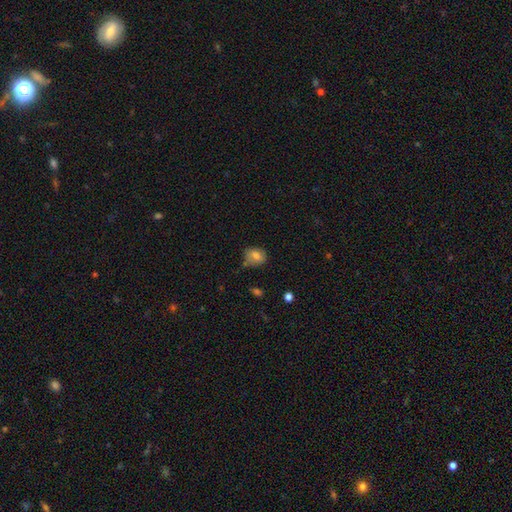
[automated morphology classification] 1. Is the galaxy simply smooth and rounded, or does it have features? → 74% smooth, 17% featured or disk, 9% star or artifact.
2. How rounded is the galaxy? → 50% in between, 49% round, 1% cigar-shaped.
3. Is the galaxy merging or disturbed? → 64% none, 24% minor disturbance, 6% major disturbance, 6% merger.